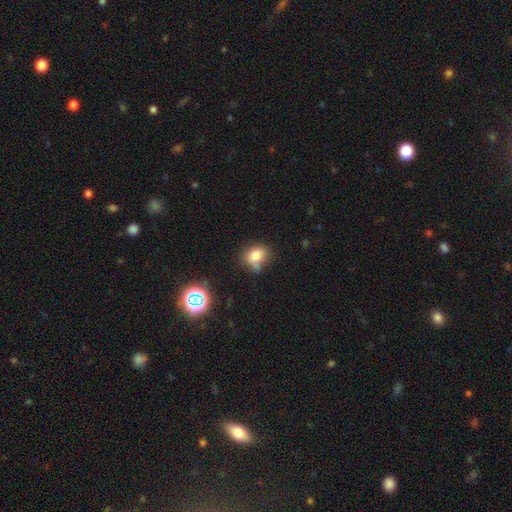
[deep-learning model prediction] The model was most divided on "how rounded": in between: 51%, round: 48%, cigar-shaped: 1%. More confident: smooth or featured — smooth (77%); merging — none (55%).